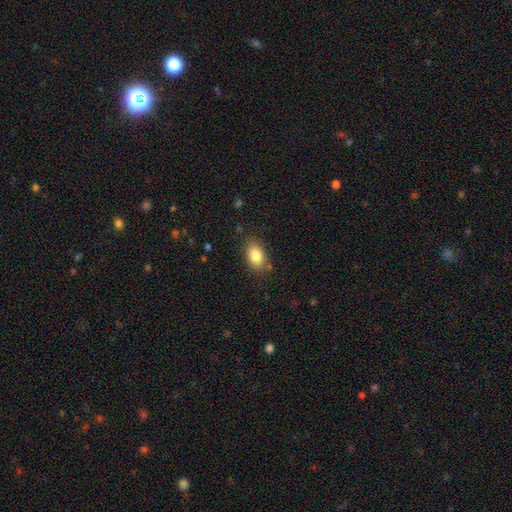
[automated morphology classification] Smooth or featured?
  - smooth: 83% *
  - featured or disk: 9%
  - star or artifact: 8%
How rounded?
  - in between: 89% *
  - round: 10%
  - cigar-shaped: 2%
Merging?
  - none: 81% *
  - minor disturbance: 13%
  - major disturbance: 3%
  - merger: 2%